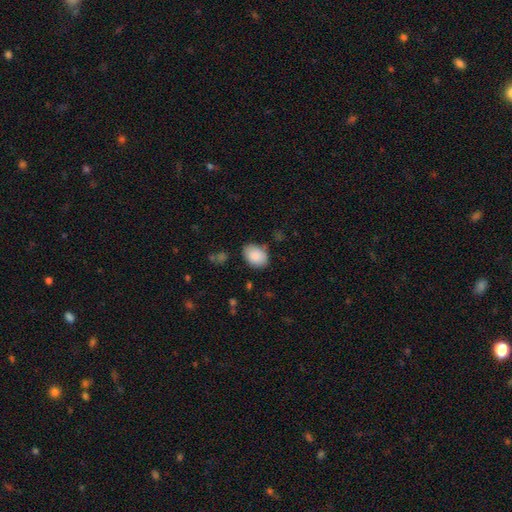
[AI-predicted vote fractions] A smooth galaxy with no disk features (89%) that is in between round and cigar-shaped (74%). Merging: none (77%).